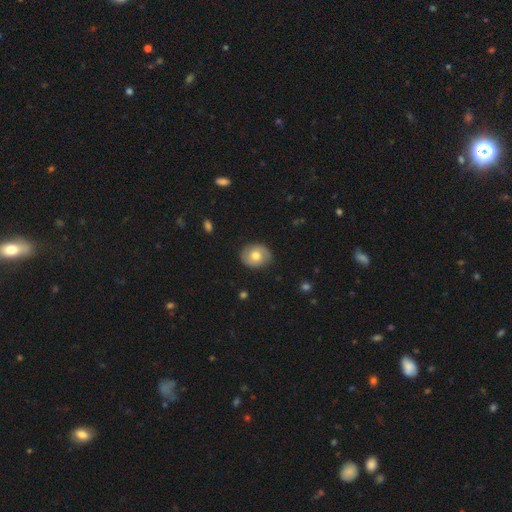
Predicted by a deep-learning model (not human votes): Morphology: type=smooth (65%); roundness=round (63%); merging=none (85%).